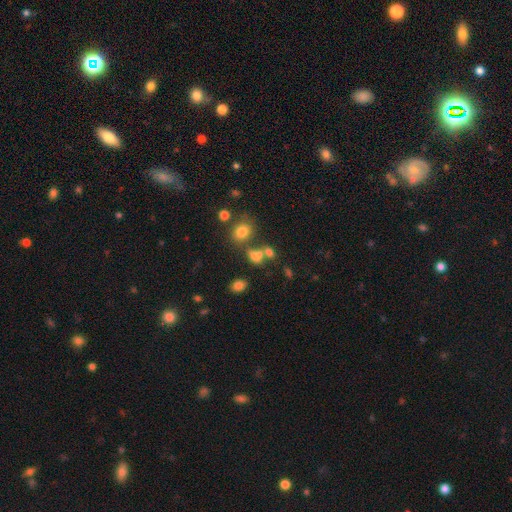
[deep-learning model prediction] A smooth galaxy with no disk features (69%) that is in between round and cigar-shaped (57%).

Vote fractions:
- Smooth or featured? smooth: 69% / star or artifact: 18% / featured or disk: 13%
- How rounded? in between: 57% / round: 40% / cigar-shaped: 3%
- Merging? none: 44% / merger: 36% / minor disturbance: 12% / major disturbance: 8%